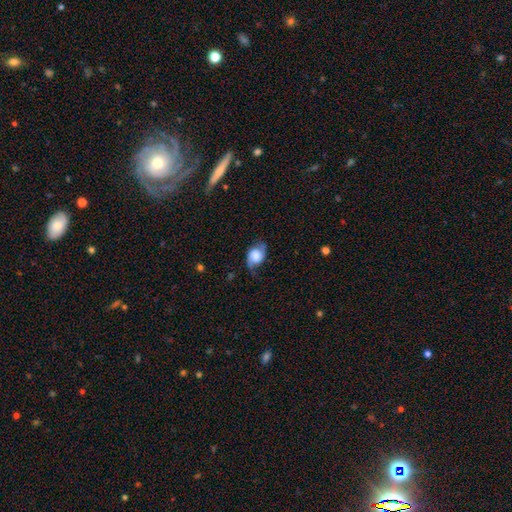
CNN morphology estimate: Smooth or featured? Predicted: featured or disk (p=0.49). Merging? Predicted: none (p=0.63).